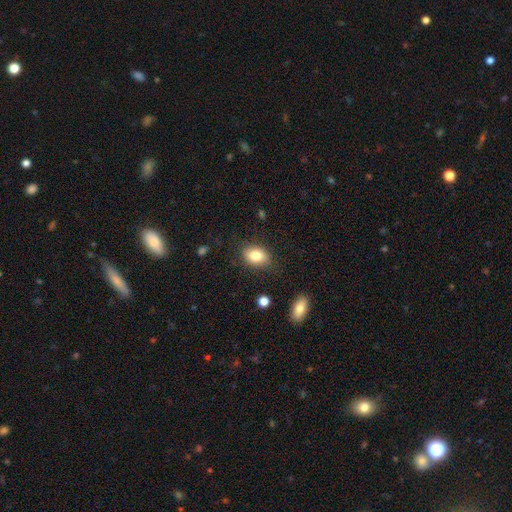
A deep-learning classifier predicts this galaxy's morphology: This appears to be a smooth galaxy with no disk features (83%) that is in between round and cigar-shaped (79%). Merging: none (78%).